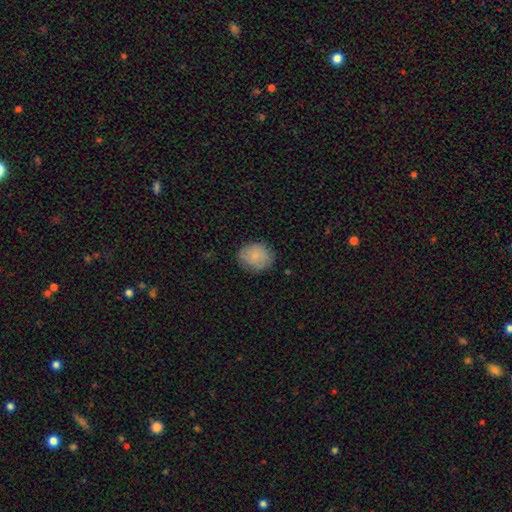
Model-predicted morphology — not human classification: smooth 80%, featured or disk 13%, star or artifact 7%. Down the decision tree: how rounded — round (61%); merging — none (80%).